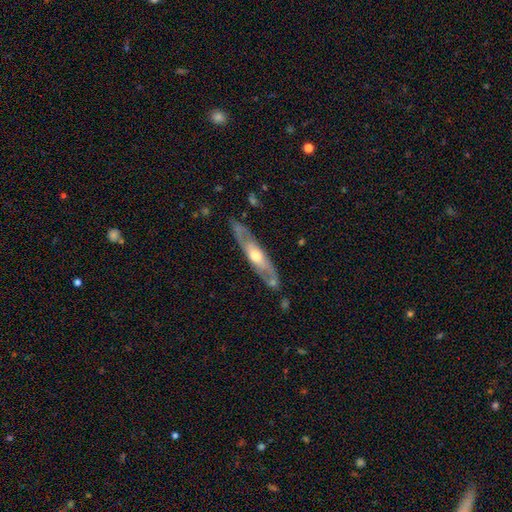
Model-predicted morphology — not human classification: The model was most divided on "edge-on disk": yes: 55%, no: 45%. More confident: merging — none (79%); smooth or featured — featured or disk (68%).